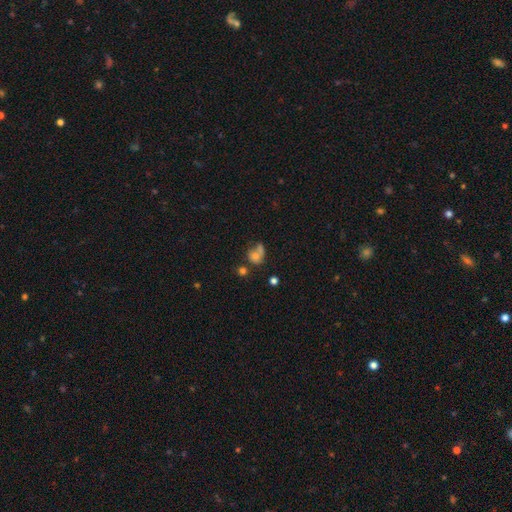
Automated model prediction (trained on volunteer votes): smooth 60%, featured or disk 26%, star or artifact 14%. Down the decision tree: how rounded — round (59%); merging — none (34%).